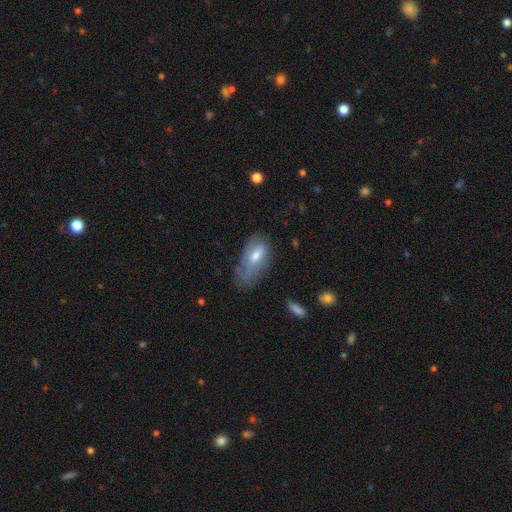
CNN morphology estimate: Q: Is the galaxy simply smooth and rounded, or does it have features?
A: smooth — 54%.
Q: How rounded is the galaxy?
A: in between — 85%.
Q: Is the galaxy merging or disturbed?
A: none — 41%.